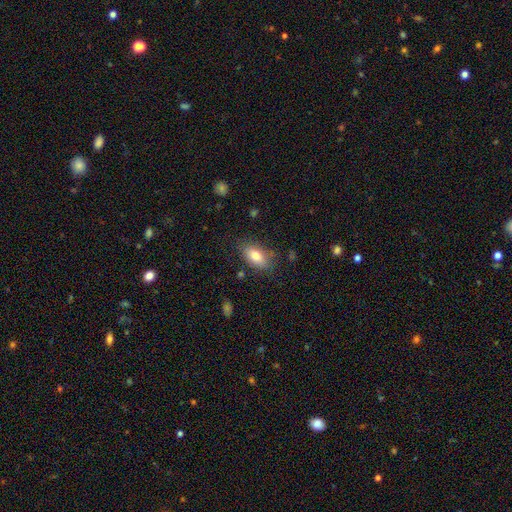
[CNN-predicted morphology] Smooth or featured? Predicted: smooth (p=0.80). How rounded? Predicted: in between (p=0.90). Merging? Predicted: none (p=0.79).